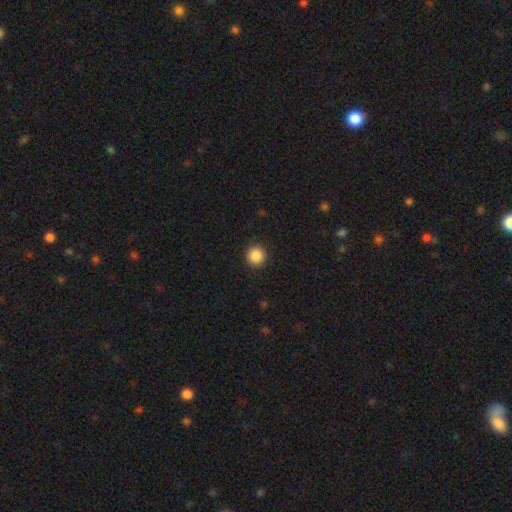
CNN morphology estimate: The model was most divided on "smooth or featured": smooth: 88%, star or artifact: 9%, featured or disk: 3%. More confident: how rounded — round (94%); merging — none (92%).